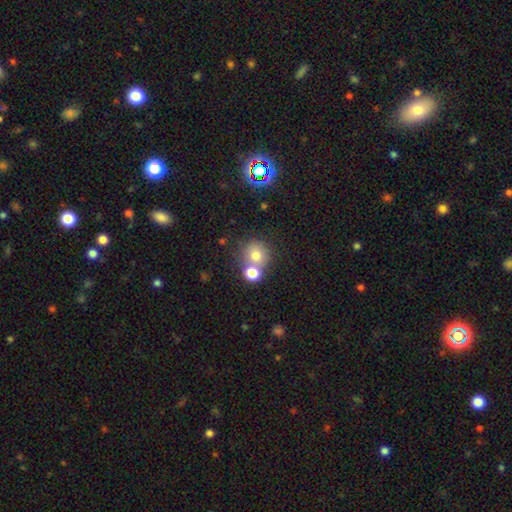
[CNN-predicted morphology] smooth-or-featured: smooth: 76% | star or artifact: 12% | featured or disk: 12%
  how-rounded: round: 85% | in between: 14% | cigar-shaped: 1%
  merging: none: 49% | merger: 39% | minor disturbance: 9% | major disturbance: 4%